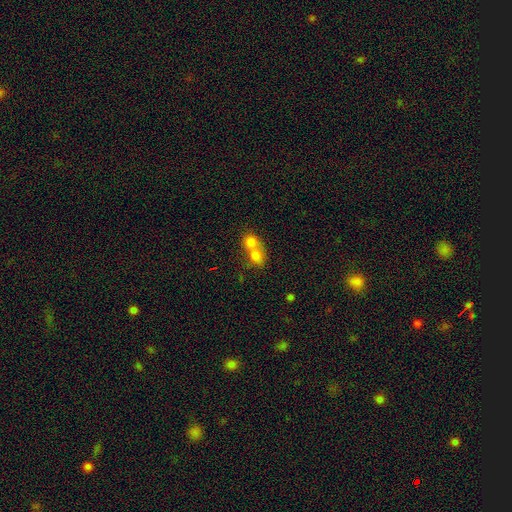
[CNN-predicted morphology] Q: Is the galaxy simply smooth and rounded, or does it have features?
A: smooth — 75%.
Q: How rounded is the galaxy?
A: round — 51%.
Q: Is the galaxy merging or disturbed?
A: merger — 74%.